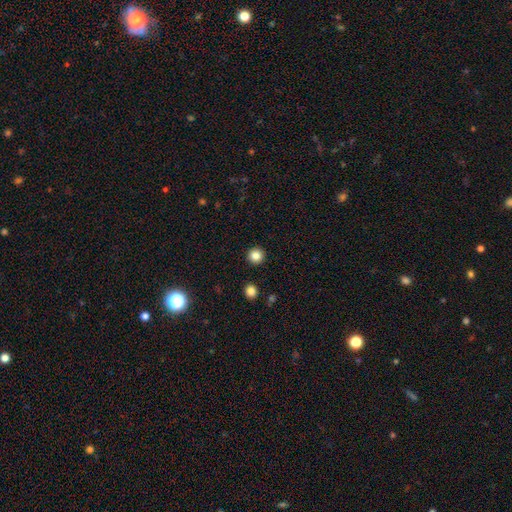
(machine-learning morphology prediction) A smooth galaxy with no disk features (84%) that is round (95%).

Vote fractions:
- Smooth or featured? smooth: 84% / star or artifact: 11% / featured or disk: 5%
- How rounded? round: 95% / in between: 4% / cigar-shaped: 1%
- Merging? none: 93% / minor disturbance: 4% / major disturbance: 1% / merger: 1%